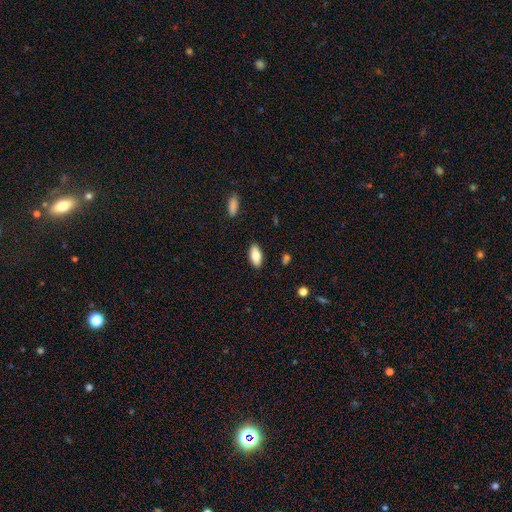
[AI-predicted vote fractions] smooth_or_featured: smooth (p=0.80) [alt: featured or disk p=0.14]
how_rounded: in between (p=0.87) [alt: cigar-shaped p=0.11]
merging: none (p=0.88) [alt: minor disturbance p=0.09]